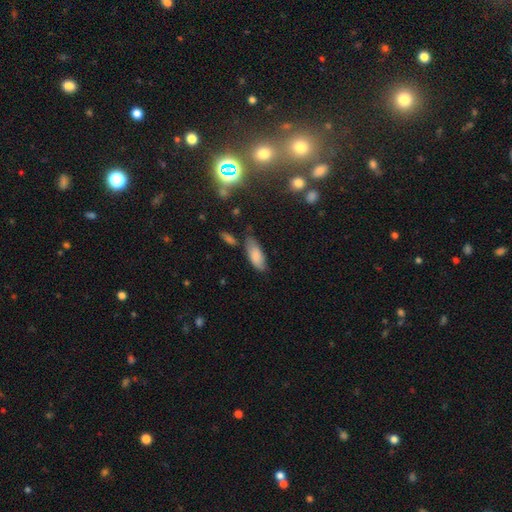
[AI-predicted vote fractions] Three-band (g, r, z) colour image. It shows a smooth galaxy with no disk features (82%) that is in between round and cigar-shaped (79%). Merging: none (63%).